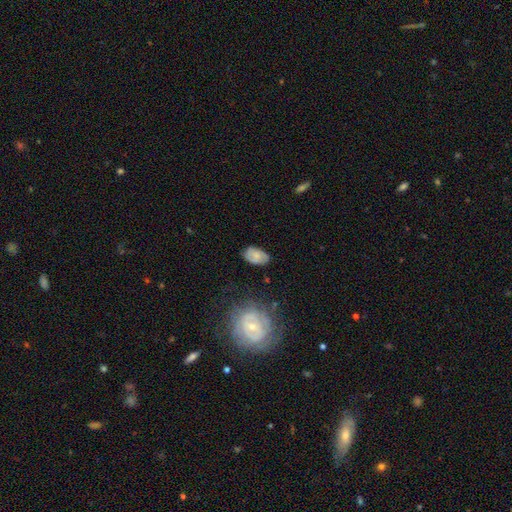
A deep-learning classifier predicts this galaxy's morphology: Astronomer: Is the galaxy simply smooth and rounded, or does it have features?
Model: smooth — 59%.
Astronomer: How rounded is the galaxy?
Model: in between — 90%.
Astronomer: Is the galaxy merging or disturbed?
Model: none — 74%.